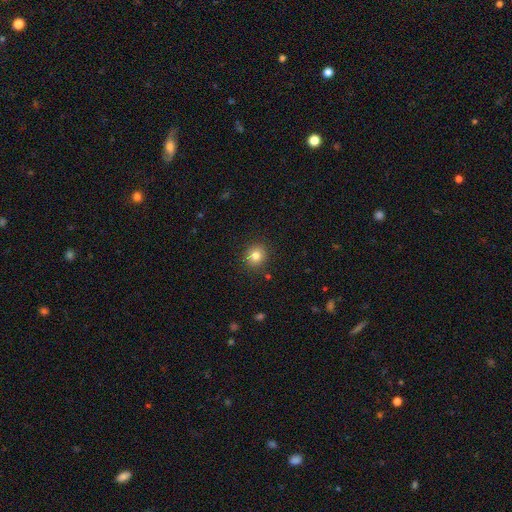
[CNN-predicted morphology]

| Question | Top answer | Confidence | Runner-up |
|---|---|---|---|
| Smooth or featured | smooth | 81% | star or artifact (12%) |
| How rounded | round | 86% | in between (13%) |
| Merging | none | 89% | minor disturbance (7%) |